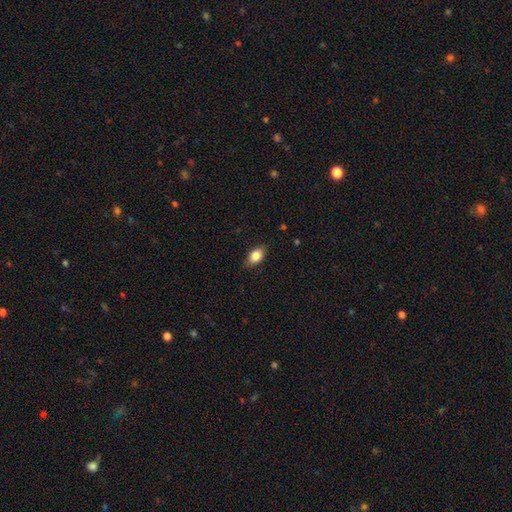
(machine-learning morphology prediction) This is clearly a smooth galaxy (83%). How rounded: clearly in between (80%). Merging: likely none (79%).